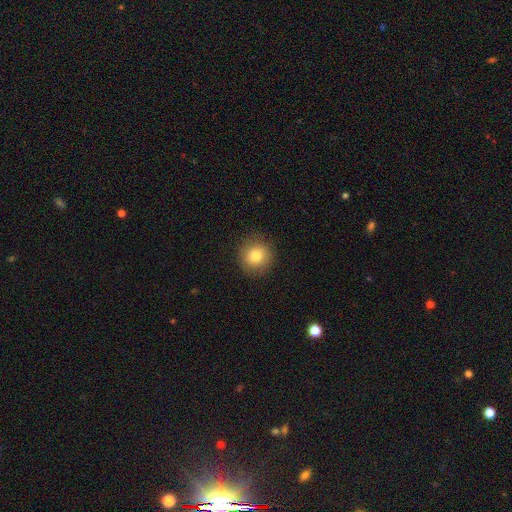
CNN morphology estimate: A smooth galaxy with no disk features (81%) that is round (93%).

Vote fractions:
- Smooth or featured? smooth: 81% / star or artifact: 11% / featured or disk: 8%
- How rounded? round: 93% / in between: 6% / cigar-shaped: 1%
- Merging? none: 90% / minor disturbance: 6% / major disturbance: 2% / merger: 1%